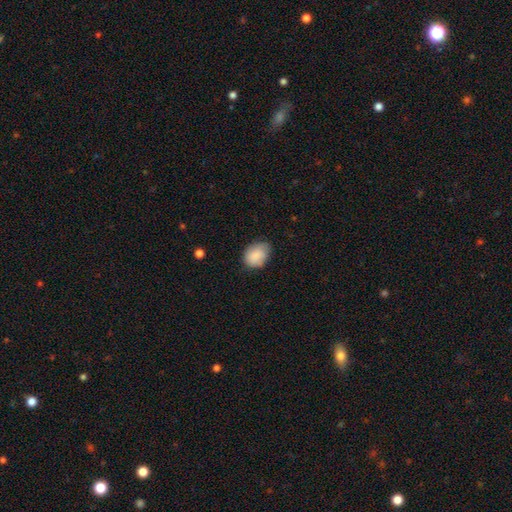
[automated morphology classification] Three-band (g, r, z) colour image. It shows a smooth galaxy with no disk features (86%) that is in between round and cigar-shaped (69%). Merging: none (65%).